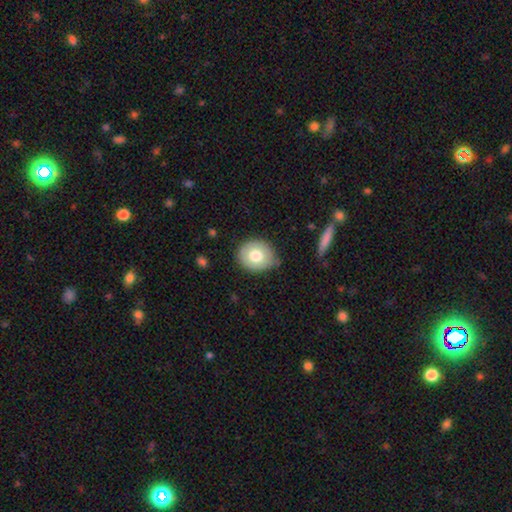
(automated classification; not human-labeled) A smooth galaxy with no disk features (73%) that is round (71%).

Vote fractions:
- Smooth or featured? smooth: 73% / featured or disk: 19% / star or artifact: 8%
- How rounded? round: 71% / in between: 28% / cigar-shaped: 1%
- Merging? none: 78% / minor disturbance: 16% / major disturbance: 3% / merger: 2%